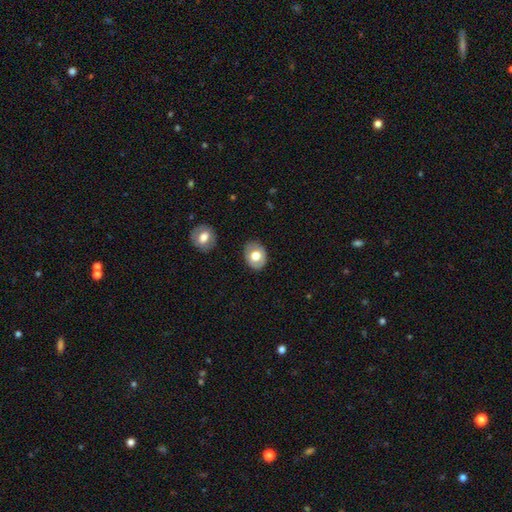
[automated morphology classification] smooth-or-featured: smooth: 66% | featured or disk: 26% | star or artifact: 7%
  how-rounded: in between: 56% | round: 44% | cigar-shaped: 1%
  merging: none: 82% | minor disturbance: 13% | major disturbance: 3% | merger: 2%